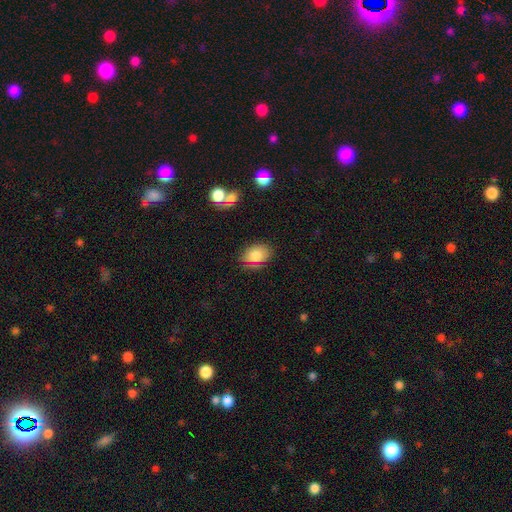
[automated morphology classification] Smooth or featured?
  - smooth: 75% *
  - star or artifact: 13%
  - featured or disk: 12%
How rounded?
  - in between: 73% *
  - round: 25%
  - cigar-shaped: 1%
Merging?
  - none: 77% *
  - minor disturbance: 16%
  - major disturbance: 4%
  - merger: 3%